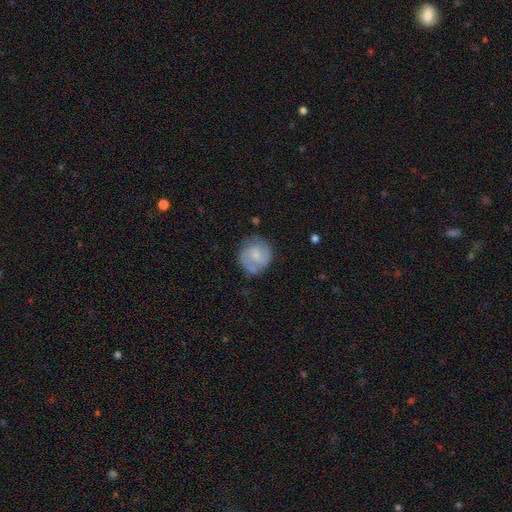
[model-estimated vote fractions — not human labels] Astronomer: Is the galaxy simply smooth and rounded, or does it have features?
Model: featured or disk — 56% (runner-up: smooth, 38%).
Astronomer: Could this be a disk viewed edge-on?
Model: no — 98%.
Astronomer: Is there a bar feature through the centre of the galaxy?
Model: no — 53% (runner-up: weak, 40%).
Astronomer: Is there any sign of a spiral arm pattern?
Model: yes — 85%.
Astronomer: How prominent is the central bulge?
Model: small — 47% (runner-up: moderate, 35%).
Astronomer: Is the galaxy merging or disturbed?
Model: none — 67%.